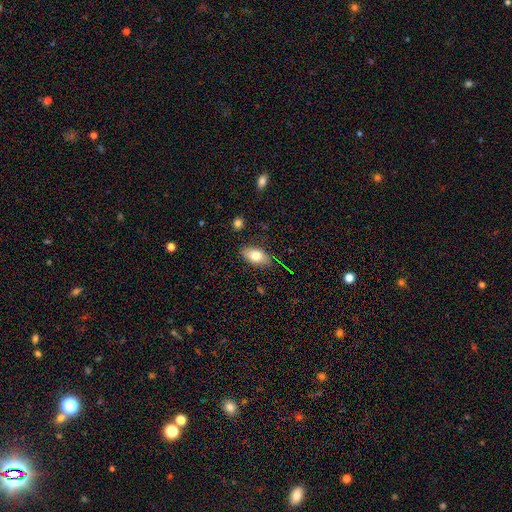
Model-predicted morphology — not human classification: Smooth or featured?
  - smooth: 77% *
  - featured or disk: 15%
  - star or artifact: 8%
How rounded?
  - in between: 89% *
  - round: 6%
  - cigar-shaped: 5%
Merging?
  - none: 83% *
  - minor disturbance: 13%
  - major disturbance: 3%
  - merger: 2%